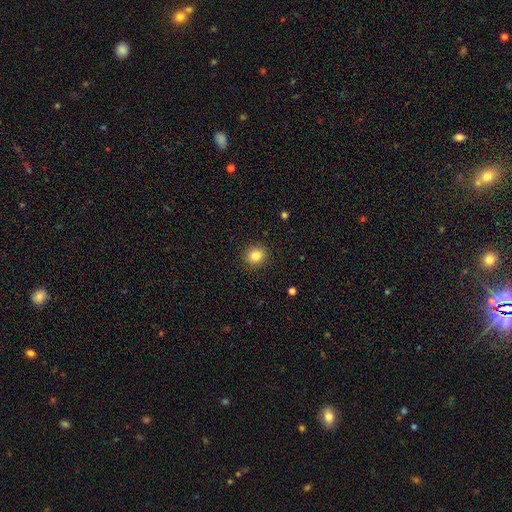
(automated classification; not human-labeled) smooth-or-featured: smooth: 83% | star or artifact: 11% | featured or disk: 6%
  how-rounded: round: 88% | in between: 11% | cigar-shaped: 1%
  merging: none: 91% | minor disturbance: 6% | major disturbance: 2% | merger: 1%